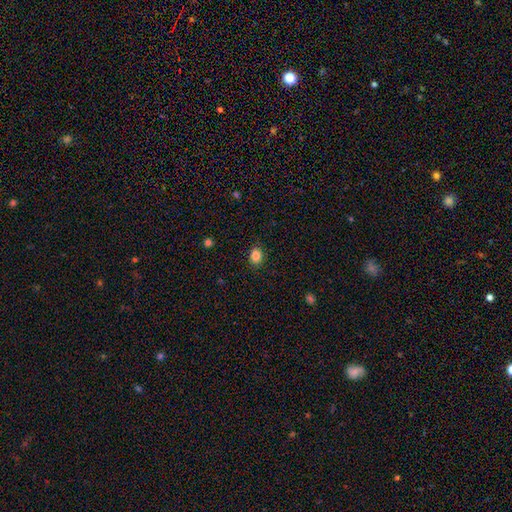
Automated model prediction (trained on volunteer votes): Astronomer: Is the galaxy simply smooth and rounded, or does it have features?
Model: smooth — 86%.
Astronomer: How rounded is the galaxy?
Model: in between — 58% (runner-up: round, 41%).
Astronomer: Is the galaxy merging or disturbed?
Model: none — 88%.